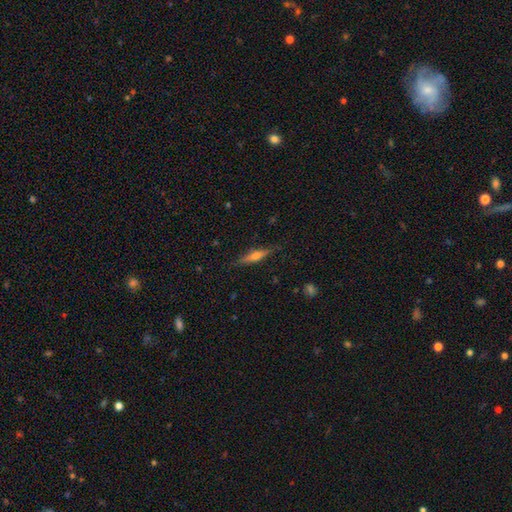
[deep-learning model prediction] A featured or disk galaxy (52%) viewed edge-on (94%). Merging: none (83%).